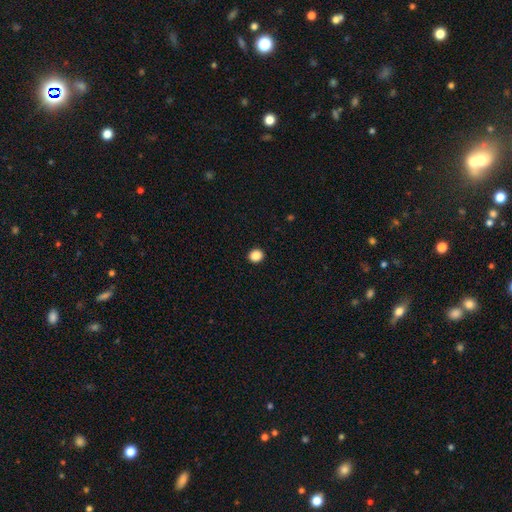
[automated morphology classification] A smooth galaxy with no disk features (87%) that is round (79%).

Vote fractions:
- Smooth or featured? smooth: 87% / star or artifact: 10% / featured or disk: 3%
- How rounded? round: 79% / in between: 20% / cigar-shaped: 1%
- Merging? none: 93% / minor disturbance: 4% / major disturbance: 1% / merger: 1%